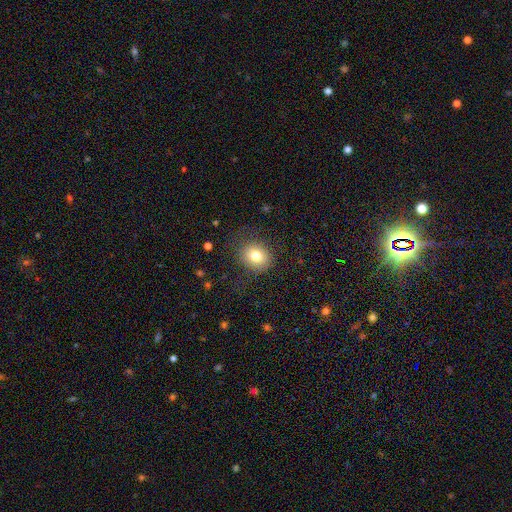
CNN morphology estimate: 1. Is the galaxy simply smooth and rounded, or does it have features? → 77% smooth, 11% featured or disk, 11% star or artifact.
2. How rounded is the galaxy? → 67% round, 32% in between, 1% cigar-shaped.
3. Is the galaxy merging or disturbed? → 79% none, 13% minor disturbance, 7% major disturbance, 1% merger.